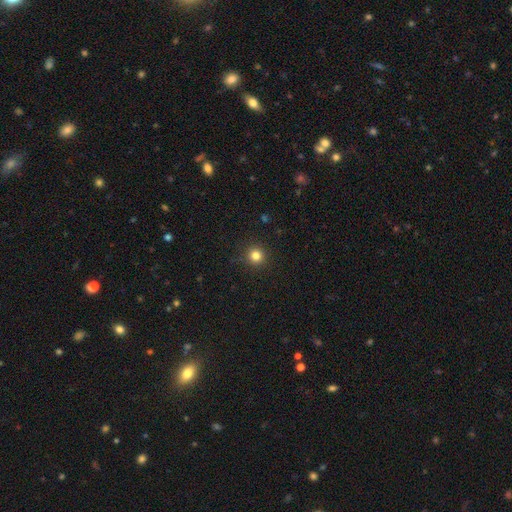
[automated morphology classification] This appears to be a smooth galaxy with no disk features (81%) that is round (95%). Merging: none (92%).